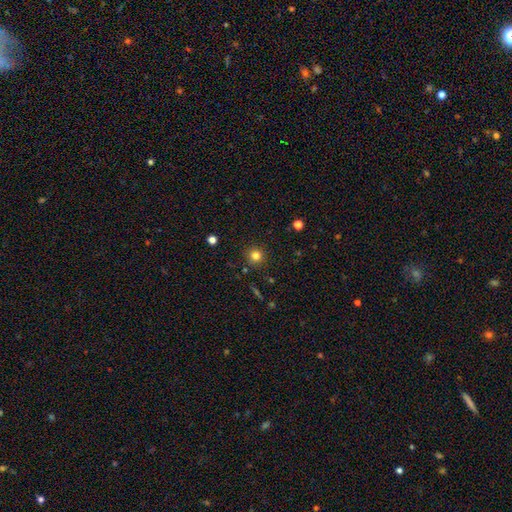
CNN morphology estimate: Smooth or featured: smooth — 80% (star or artifact — 14%)
How rounded: round — 94% (in between — 5%)
Merging: none — 89% (minor disturbance — 7%)